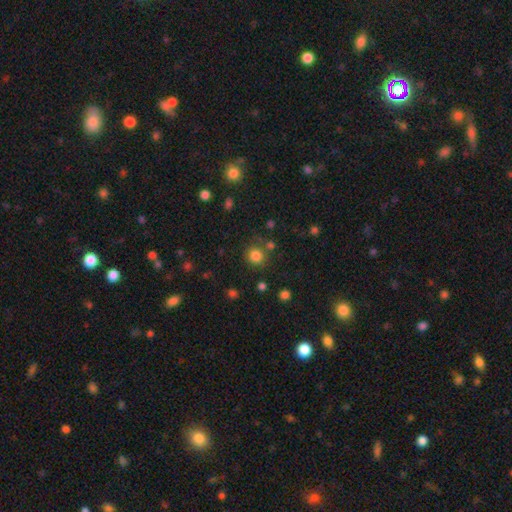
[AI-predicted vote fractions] A smooth galaxy with no disk features (81%) that is round (91%). Merging: none (77%).